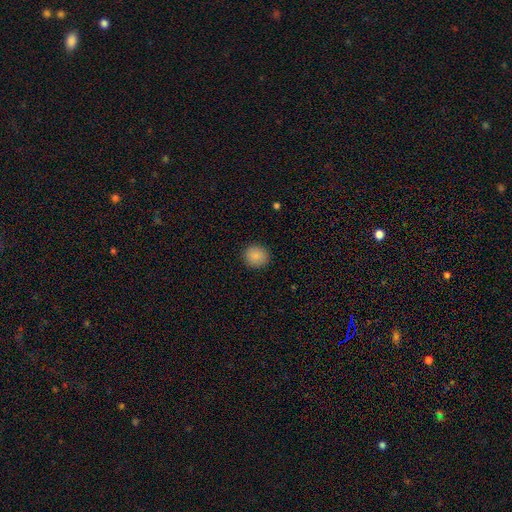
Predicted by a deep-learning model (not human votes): A smooth galaxy with no disk features (87%) that is round (88%). Merging: none (91%).